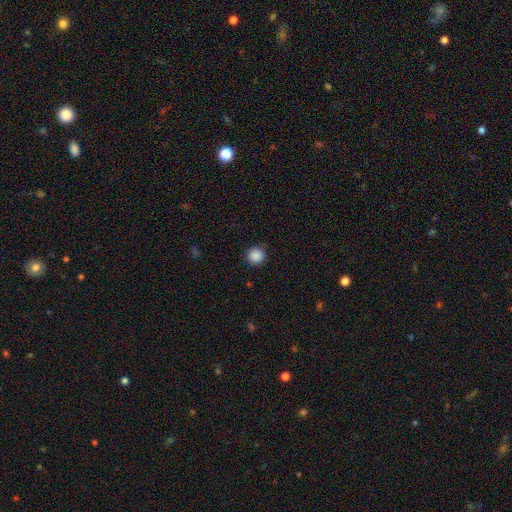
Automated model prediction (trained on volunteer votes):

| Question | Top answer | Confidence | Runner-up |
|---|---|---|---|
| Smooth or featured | smooth | 88% | star or artifact (9%) |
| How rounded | round | 94% | in between (5%) |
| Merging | none | 89% | minor disturbance (7%) |